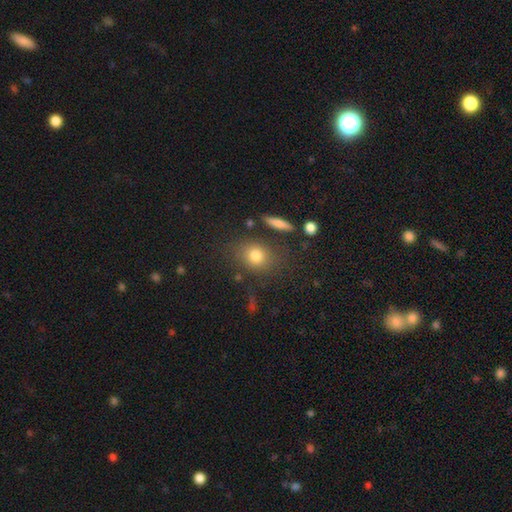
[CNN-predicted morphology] Smooth or featured? smooth (78%)
How rounded? round (53%)
Merging? none (75%)